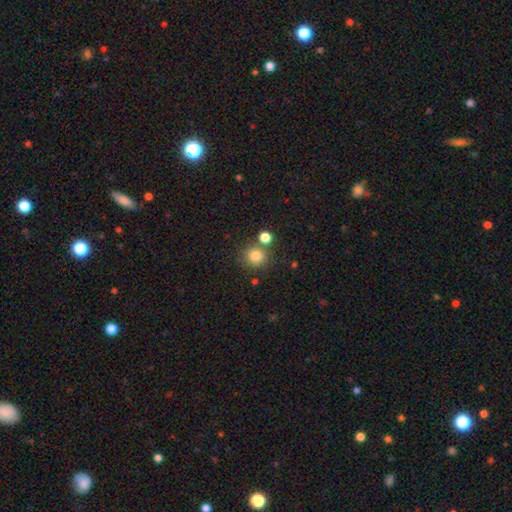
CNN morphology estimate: The model was most divided on "merging": none: 75%, merger: 14%, minor disturbance: 8%, major disturbance: 3%. More confident: how rounded — round (91%); smooth or featured — smooth (81%).